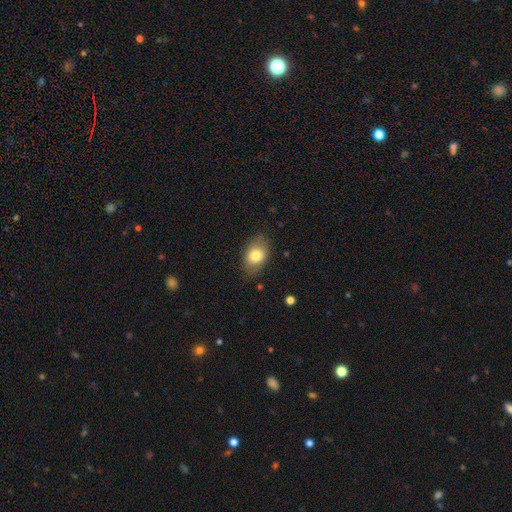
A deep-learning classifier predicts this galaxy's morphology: Q: Smooth or featured?
A: smooth (78%); runner-up: featured or disk (14%)
Q: How rounded?
A: in between (80%); runner-up: round (19%)
Q: Merging?
A: none (78%); runner-up: minor disturbance (16%)